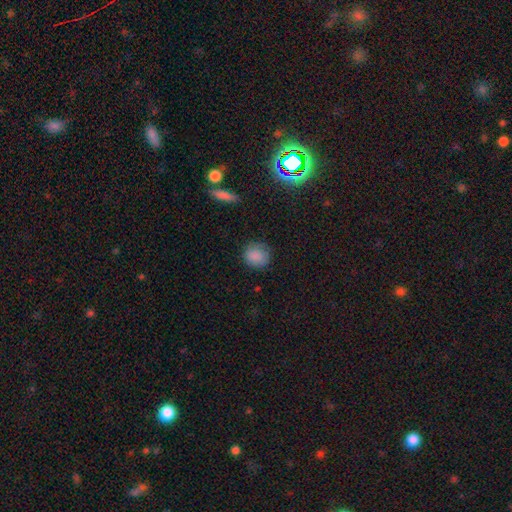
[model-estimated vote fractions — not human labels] Morphology: type=smooth (86%); roundness=round (87%); merging=none (80%).